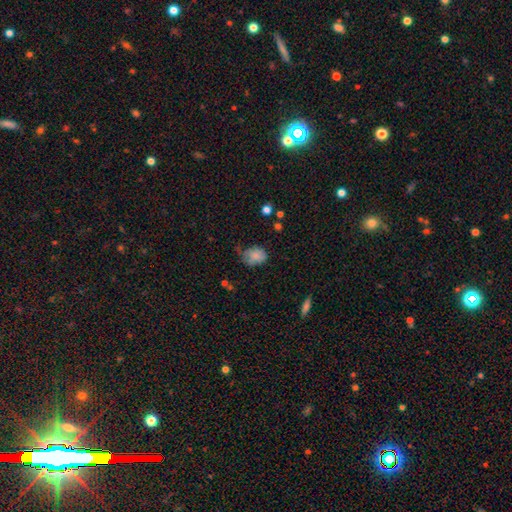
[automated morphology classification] Smooth or featured: smooth — 79% (featured or disk — 11%)
How rounded: in between — 54% (round — 45%)
Merging: none — 42% (minor disturbance — 38%)